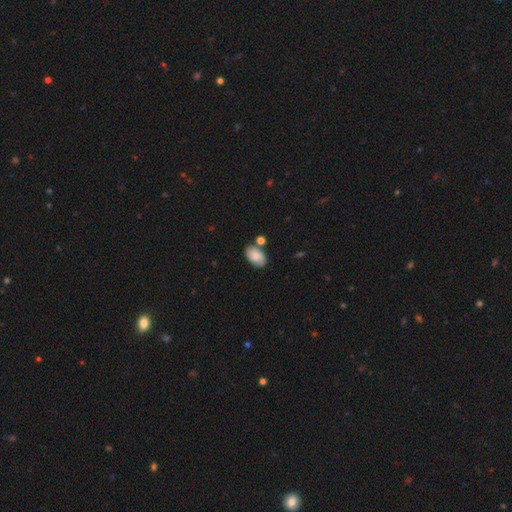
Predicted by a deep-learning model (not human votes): Smooth or featured?
  - smooth: 73% *
  - featured or disk: 19%
  - star or artifact: 8%
How rounded?
  - in between: 90% *
  - round: 8%
  - cigar-shaped: 1%
Merging?
  - none: 63% *
  - minor disturbance: 20%
  - merger: 12%
  - major disturbance: 5%